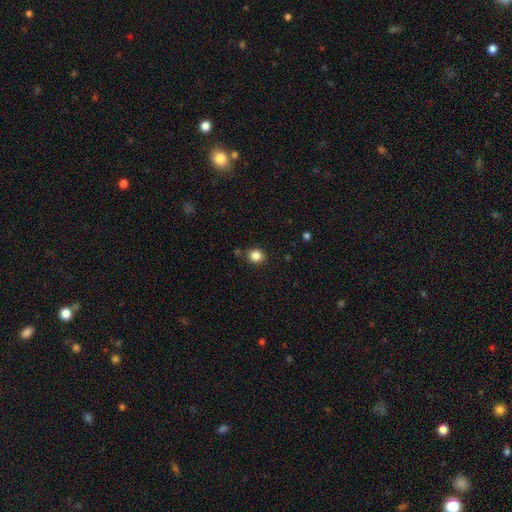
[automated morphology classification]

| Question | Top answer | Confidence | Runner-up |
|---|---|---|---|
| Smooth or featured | smooth | 85% | star or artifact (11%) |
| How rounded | round | 79% | in between (20%) |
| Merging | none | 82% | minor disturbance (11%) |